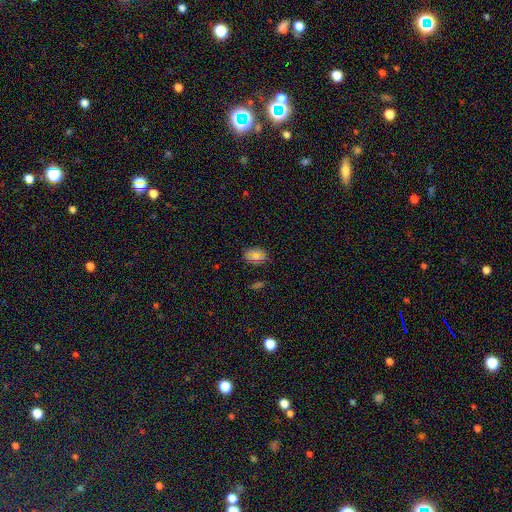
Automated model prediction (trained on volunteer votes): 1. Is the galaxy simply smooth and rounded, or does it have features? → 66% smooth, 24% star or artifact, 10% featured or disk.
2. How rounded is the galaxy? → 75% in between, 23% round, 2% cigar-shaped.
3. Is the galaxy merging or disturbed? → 82% none, 13% minor disturbance, 3% major disturbance, 2% merger.